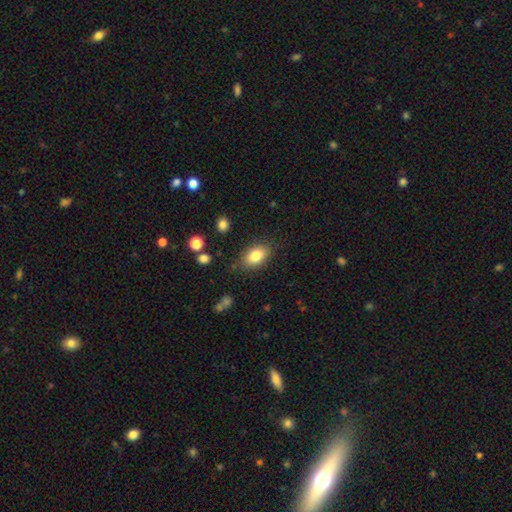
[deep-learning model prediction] This appears to be a smooth galaxy with no disk features (83%) that is in between round and cigar-shaped (87%). Merging: none (83%).